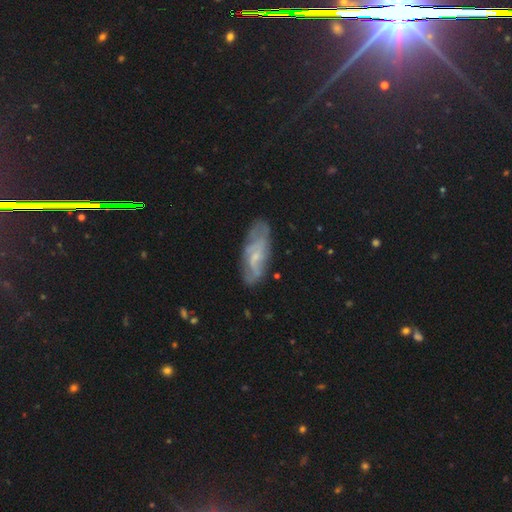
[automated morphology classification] featured or disk 59%, smooth 33%, star or artifact 8%. Down the decision tree: edge-on disk — no (84%); bar — no (53%); spiral arms — yes (71%); bulge size — small (61%); merging — none (69%).